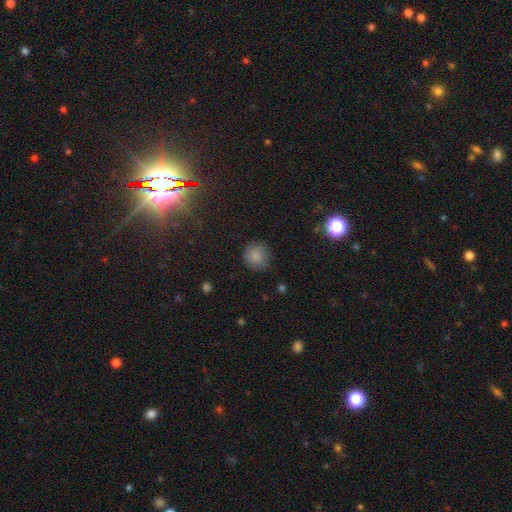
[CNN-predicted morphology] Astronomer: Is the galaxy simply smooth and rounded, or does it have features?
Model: smooth — 84%.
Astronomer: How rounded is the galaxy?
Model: round — 92%.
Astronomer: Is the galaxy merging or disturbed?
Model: none — 84%.